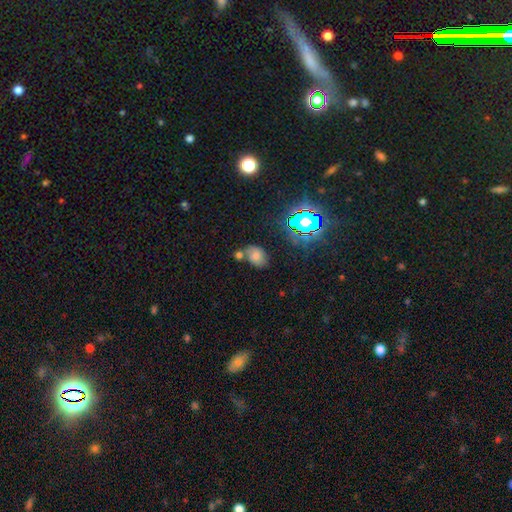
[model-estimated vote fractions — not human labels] Smooth or featured? smooth (63%)
How rounded? in between (72%)
Merging? none (47%)